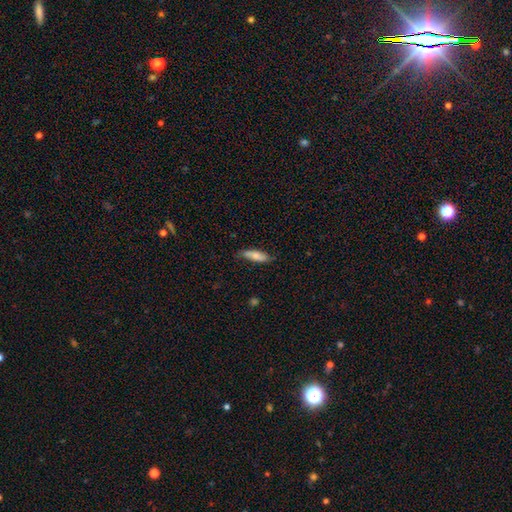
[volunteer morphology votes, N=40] Smooth or featured?
  - smooth: 75% *
  - featured or disk: 15%
  - star or artifact: 10%
How rounded?
  - in between: 50% * (tied)
  - cigar-shaped: 50% * (tied)
  - round: 0%
Merging?
  - none: 78% *
  - minor disturbance: 17%
  - major disturbance: 3%
  - merger: 3%